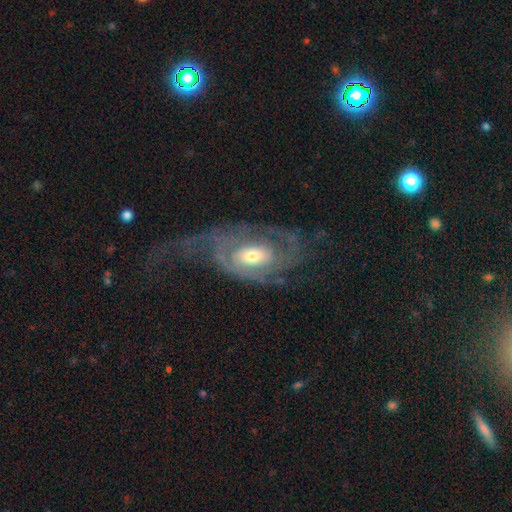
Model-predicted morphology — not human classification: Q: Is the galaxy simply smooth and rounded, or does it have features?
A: featured or disk — 79%.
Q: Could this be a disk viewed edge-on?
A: no — 94%.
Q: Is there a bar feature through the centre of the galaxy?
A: no — 71%.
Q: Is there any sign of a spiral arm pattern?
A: yes — 81%.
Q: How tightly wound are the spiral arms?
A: tight — 53%.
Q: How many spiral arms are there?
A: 2 — 37%.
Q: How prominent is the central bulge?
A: moderate — 52%.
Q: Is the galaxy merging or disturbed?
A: none — 55%.